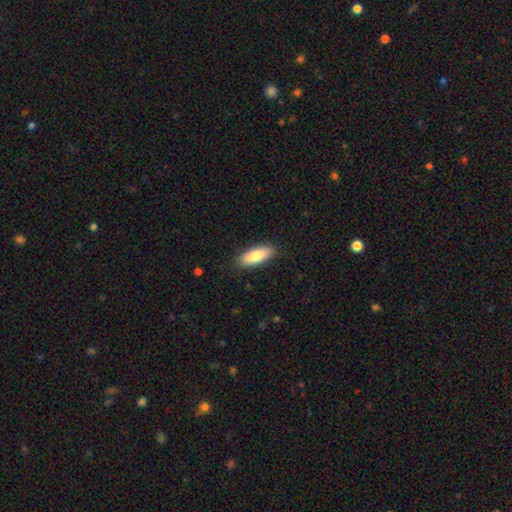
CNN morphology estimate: A smooth galaxy with no disk features (82%) that is in between round and cigar-shaped (69%). Merging: none (87%).